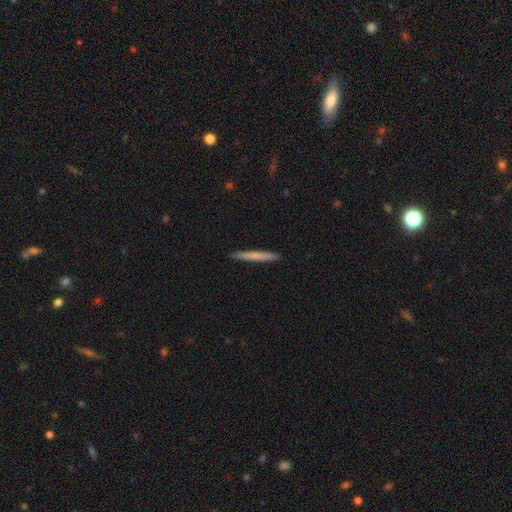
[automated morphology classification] smooth-or-featured: smooth: 66% | featured or disk: 29% | star or artifact: 5%
  how-rounded: cigar-shaped: 97% | in between: 2% | round: 1%
  merging: none: 92% | minor disturbance: 5% | major disturbance: 1% | merger: 1%